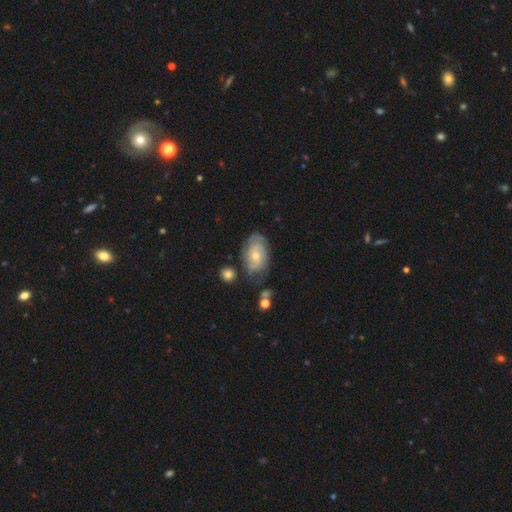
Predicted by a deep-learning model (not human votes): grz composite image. It shows a featured or disk galaxy (69%) with no bar (74%), tight (53%) spiral arms (87%) and a small central bulge (49%). Merging: none (63%).